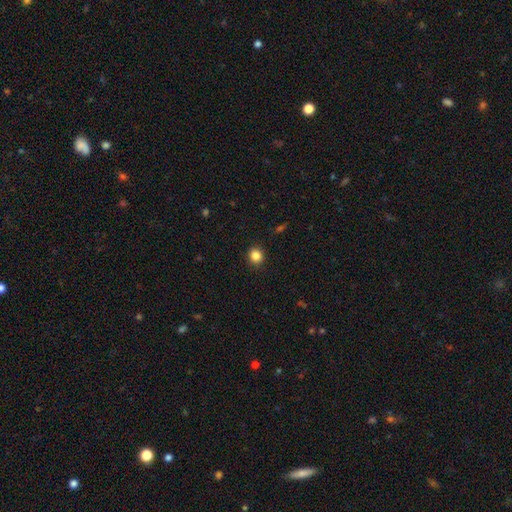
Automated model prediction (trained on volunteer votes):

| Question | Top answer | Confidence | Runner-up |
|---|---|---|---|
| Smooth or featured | smooth | 85% | star or artifact (11%) |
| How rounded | round | 85% | in between (14%) |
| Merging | none | 91% | minor disturbance (6%) |